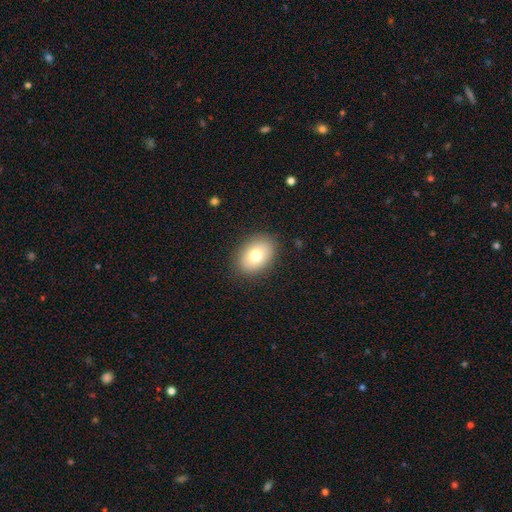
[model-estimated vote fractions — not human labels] Smooth or featured? smooth (76%)
How rounded? in between (77%)
Merging? none (87%)